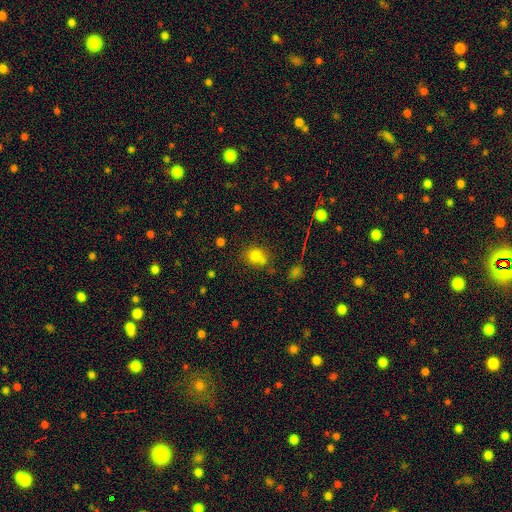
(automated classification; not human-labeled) Q: Smooth or featured?
A: smooth (77%); runner-up: star or artifact (15%)
Q: How rounded?
A: round (75%); runner-up: in between (24%)
Q: Merging?
A: none (63%); runner-up: merger (17%)